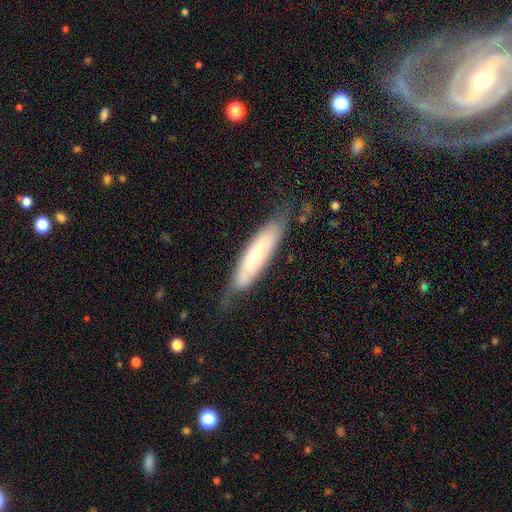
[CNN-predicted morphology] Q: Smooth or featured?
A: smooth (51%); runner-up: featured or disk (43%)
Q: How rounded?
A: cigar-shaped (68%); runner-up: in between (31%)
Q: Merging?
A: none (68%); runner-up: minor disturbance (23%)